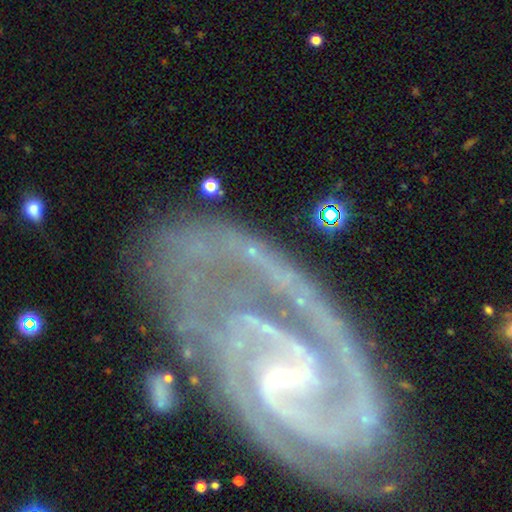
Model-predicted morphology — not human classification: Q: Smooth or featured?
A: featured or disk (90%); runner-up: star or artifact (5%)
Q: Edge-on disk?
A: no (97%); runner-up: yes (3%)
Q: Bar?
A: weak (46%); runner-up: strong (34%)
Q: Spiral arms?
A: yes (97%); runner-up: no (3%)
Q: Spiral winding?
A: tight (46%); runner-up: medium (44%)
Q: Spiral arm count?
A: 2 (74%); runner-up: 3 (8%)
Q: Bulge size?
A: small (50%); runner-up: none (23%)
Q: Merging?
A: none (63%); runner-up: minor disturbance (19%)